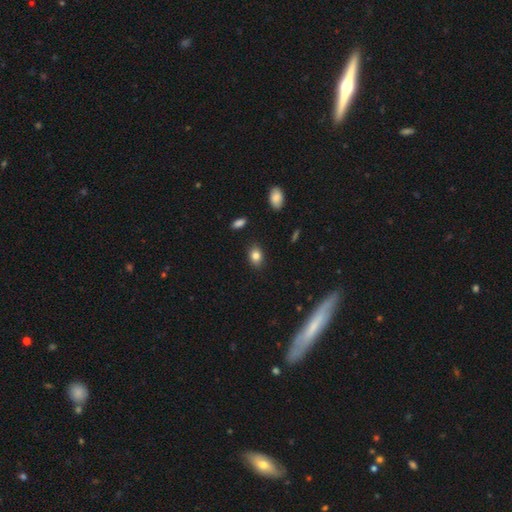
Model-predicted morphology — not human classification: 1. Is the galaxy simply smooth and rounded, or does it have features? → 83% smooth, 9% star or artifact, 8% featured or disk.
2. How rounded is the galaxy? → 71% in between, 27% round, 1% cigar-shaped.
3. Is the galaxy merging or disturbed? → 87% none, 9% minor disturbance, 2% major disturbance, 1% merger.